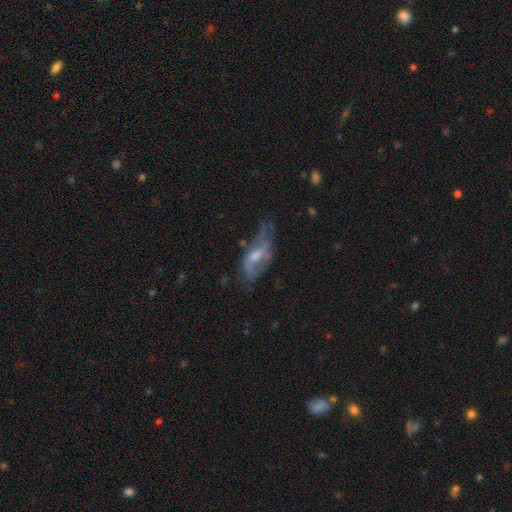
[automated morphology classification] smooth-or-featured: featured or disk: 68% | smooth: 23% | star or artifact: 10%
  disk-edge-on: no: 85% | yes: 15%
    bar: weak: 43% | no: 42% | strong: 15%
    has-spiral-arms: yes: 74% | no: 26%
    bulge-size: moderate: 48% | small: 40% | none: 7% | large: 4% | dominant: 1%
  merging: none: 48% | minor disturbance: 28% | major disturbance: 21% | merger: 3%